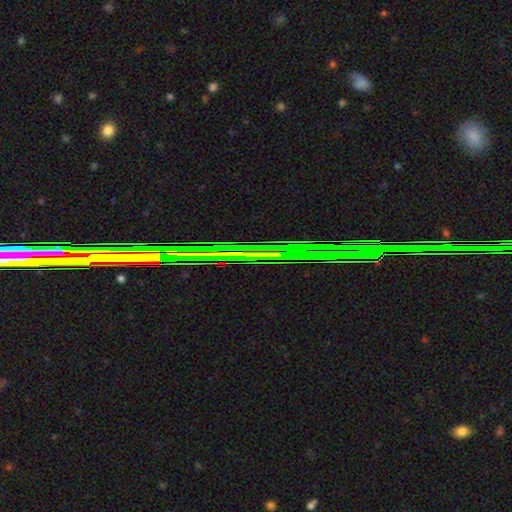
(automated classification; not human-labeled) This appears to be a star or artifact, not a galaxy (76%).